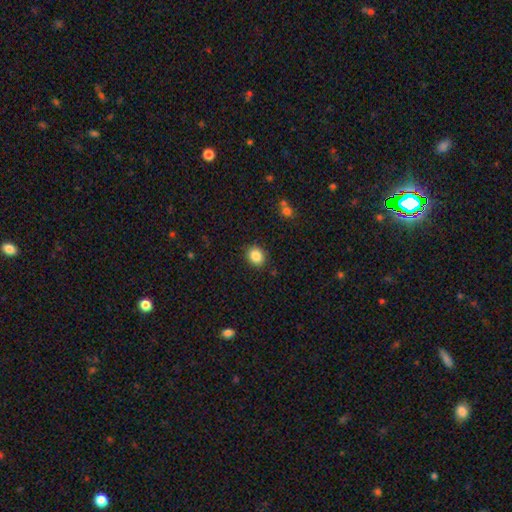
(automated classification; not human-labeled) Morphology: type=smooth (87%); roundness=round (60%); merging=none (88%).